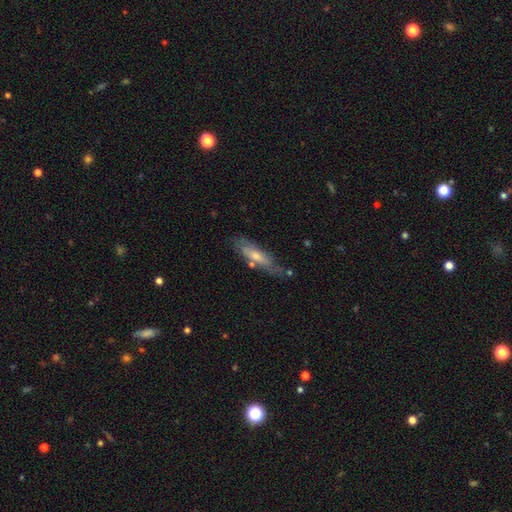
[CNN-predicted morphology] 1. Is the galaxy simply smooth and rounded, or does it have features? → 52% featured or disk, 40% smooth, 8% star or artifact.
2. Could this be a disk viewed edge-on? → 52% no, 48% yes.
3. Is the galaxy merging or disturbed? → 64% none, 22% minor disturbance, 7% major disturbance, 6% merger.